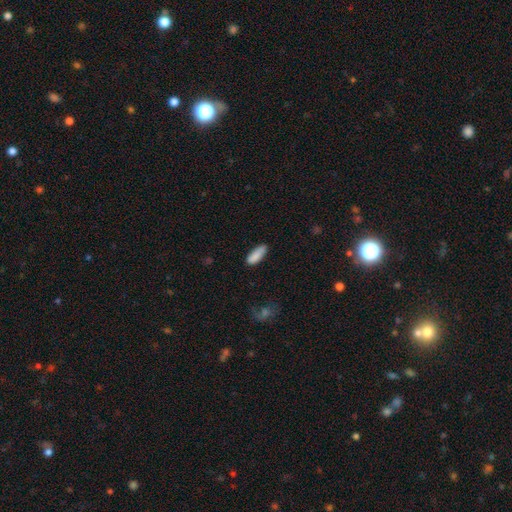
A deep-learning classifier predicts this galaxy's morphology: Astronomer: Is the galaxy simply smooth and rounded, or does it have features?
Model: smooth — 88%.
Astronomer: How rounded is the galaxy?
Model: in between — 62%.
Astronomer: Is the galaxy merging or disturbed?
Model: none — 78%.